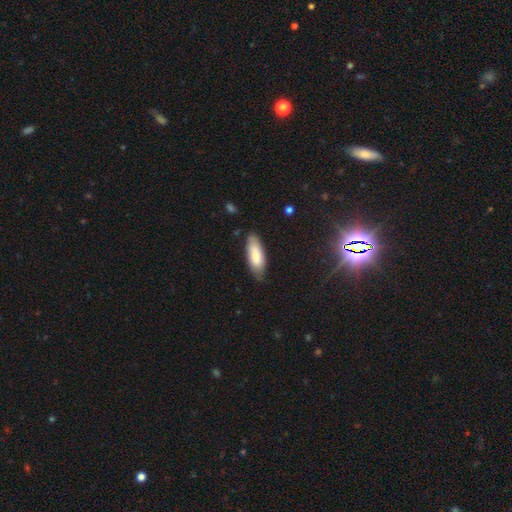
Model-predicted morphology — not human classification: Smooth or featured? smooth (82%)
How rounded? in between (71%)
Merging? none (76%)